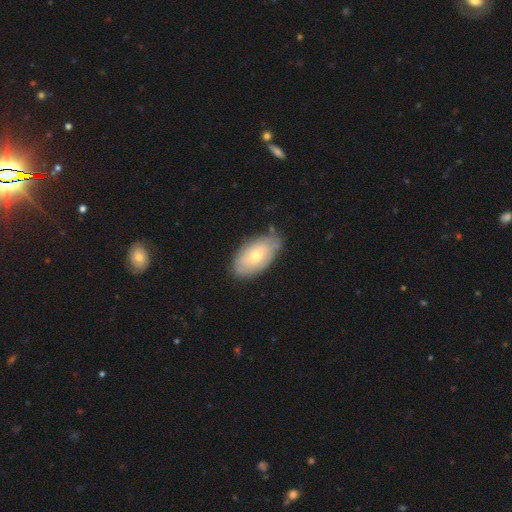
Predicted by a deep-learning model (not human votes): Q: Smooth or featured?
A: smooth (50%); runner-up: featured or disk (44%)
Q: Merging?
A: none (71%); runner-up: minor disturbance (22%)